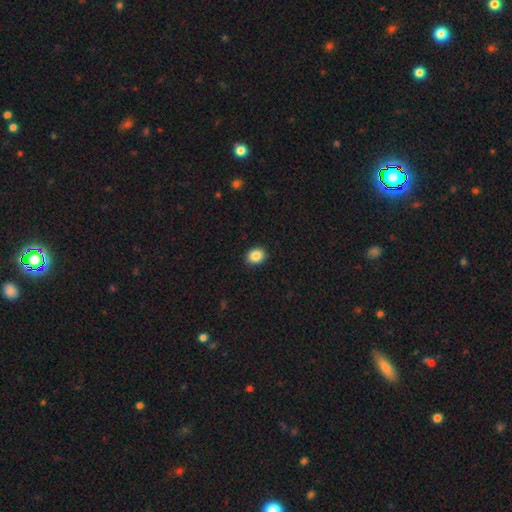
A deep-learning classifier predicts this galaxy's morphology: This appears to be a smooth galaxy with no disk features (87%) that is round (66%). Merging: none (89%).